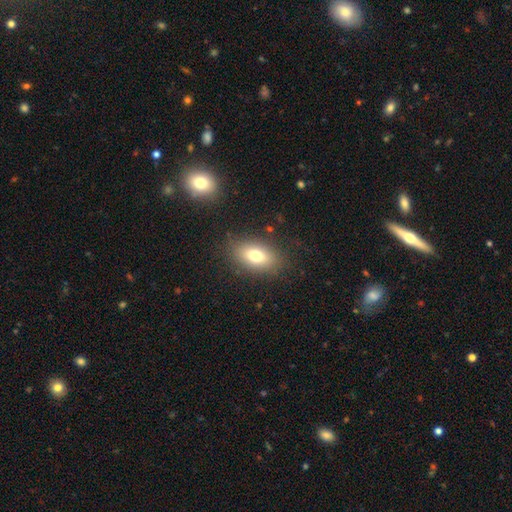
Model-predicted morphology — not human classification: Smooth or featured: smooth — 74% (featured or disk — 15%)
How rounded: in between — 86% (round — 11%)
Merging: none — 84% (minor disturbance — 10%)